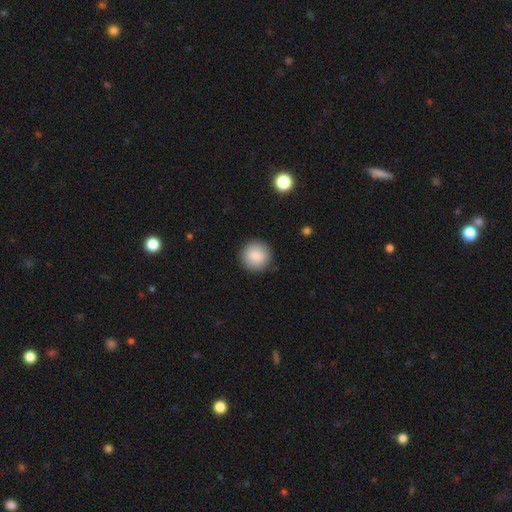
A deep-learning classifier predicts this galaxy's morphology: This is clearly a smooth galaxy (87%). How rounded: clearly round (96%). Merging: clearly none (91%).